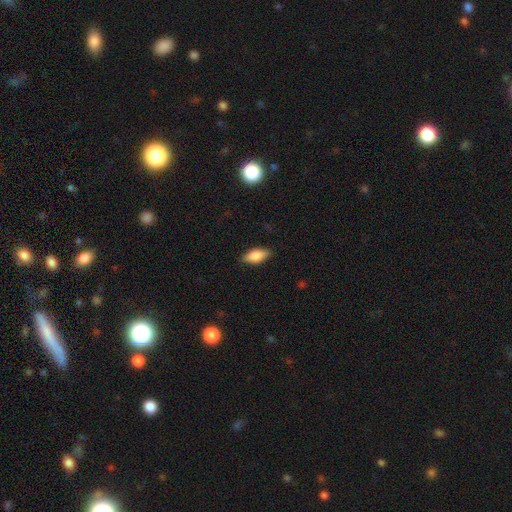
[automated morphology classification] Smooth or featured: smooth — 78% (featured or disk — 15%)
How rounded: in between — 84% (cigar-shaped — 13%)
Merging: none — 85% (minor disturbance — 11%)